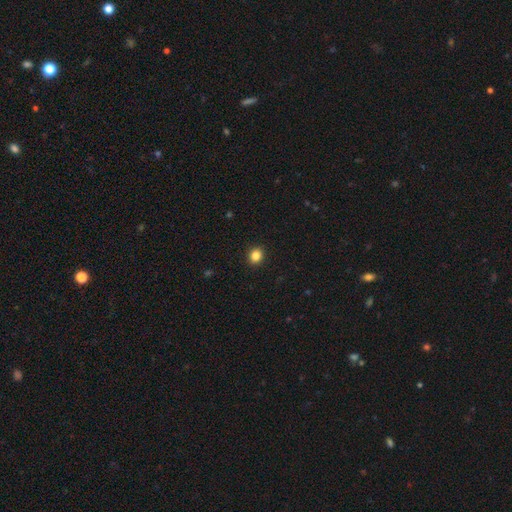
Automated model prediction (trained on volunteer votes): A smooth galaxy with no disk features (85%) that is round (76%). Merging: none (92%).